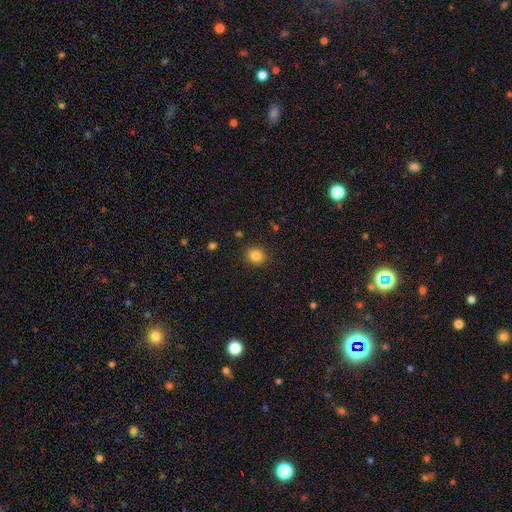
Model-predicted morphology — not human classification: Overall: smooth (84%). How rounded: round (75%). Merging: none (89%).